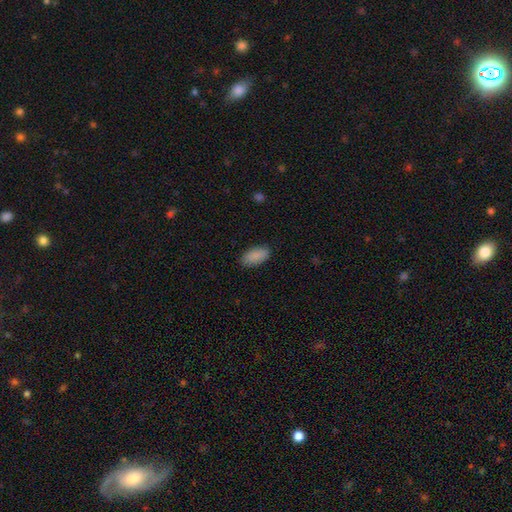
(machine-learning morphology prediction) Q: Smooth or featured?
A: smooth (89%); runner-up: star or artifact (7%)
Q: How rounded?
A: in between (93%); runner-up: cigar-shaped (4%)
Q: Merging?
A: none (86%); runner-up: minor disturbance (10%)